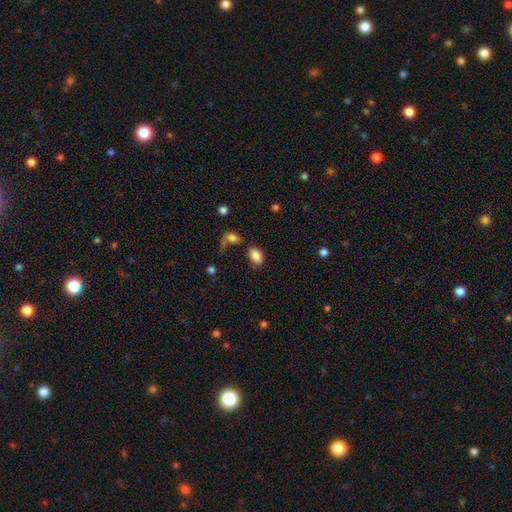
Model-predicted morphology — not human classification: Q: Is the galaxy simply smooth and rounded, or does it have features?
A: smooth — 85%.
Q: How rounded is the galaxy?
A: in between — 91%.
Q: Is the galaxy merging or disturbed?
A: none — 67%.